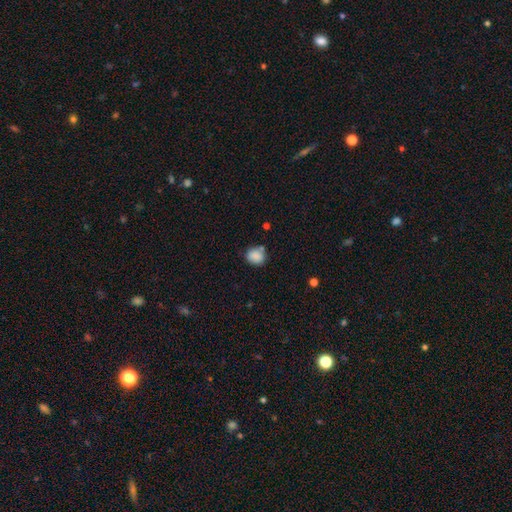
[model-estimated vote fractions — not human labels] smooth_or_featured: smooth (p=0.87) [alt: star or artifact p=0.09]
how_rounded: round (p=0.64) [alt: in between p=0.35]
merging: none (p=0.69) [alt: minor disturbance p=0.18]